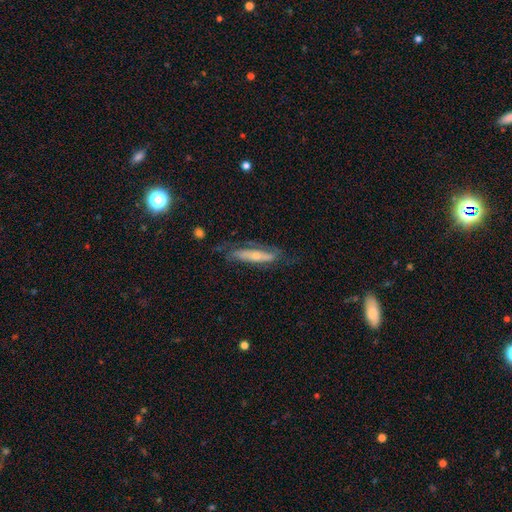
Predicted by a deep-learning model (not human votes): Morphology: type=featured or disk (59%); edge-on=no (52%); merging=none (61%).